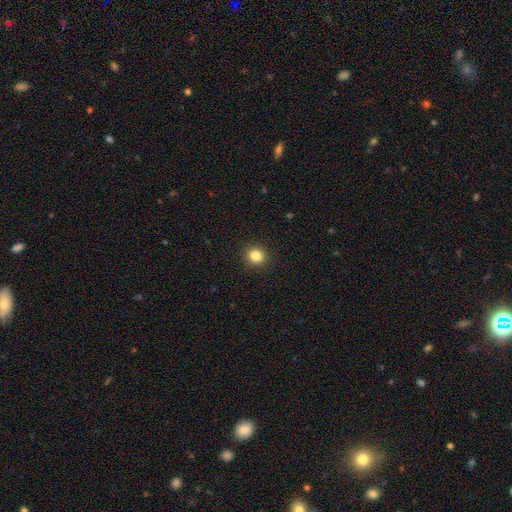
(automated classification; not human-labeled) Smooth or featured: smooth — 84% (star or artifact — 11%)
How rounded: round — 83% (in between — 16%)
Merging: none — 91% (minor disturbance — 6%)